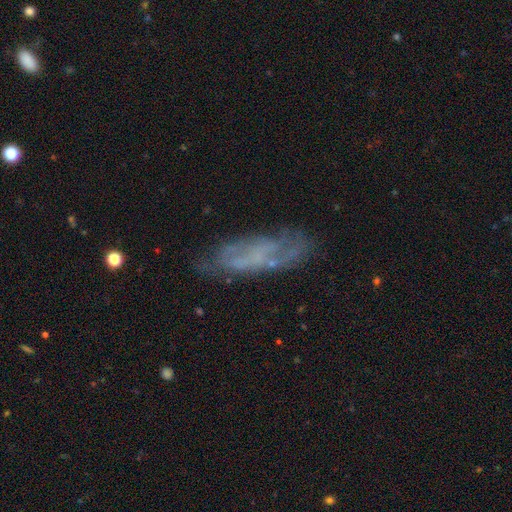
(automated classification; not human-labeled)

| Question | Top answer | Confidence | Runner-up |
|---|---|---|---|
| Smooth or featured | featured or disk | 56% | smooth (33%) |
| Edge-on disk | no | 79% | yes (21%) |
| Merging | none | 62% | minor disturbance (22%) |